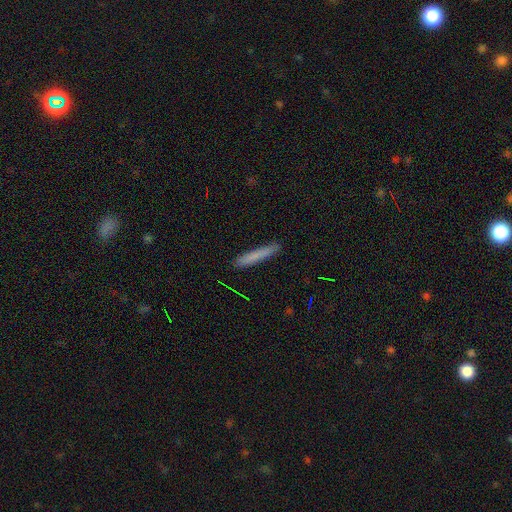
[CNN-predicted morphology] A smooth galaxy with no disk features (76%) that is cigar-shaped (96%).

Vote fractions:
- Smooth or featured? smooth: 76% / featured or disk: 17% / star or artifact: 7%
- How rounded? cigar-shaped: 96% / in between: 3% / round: 1%
- Merging? none: 89% / minor disturbance: 8% / major disturbance: 2% / merger: 1%